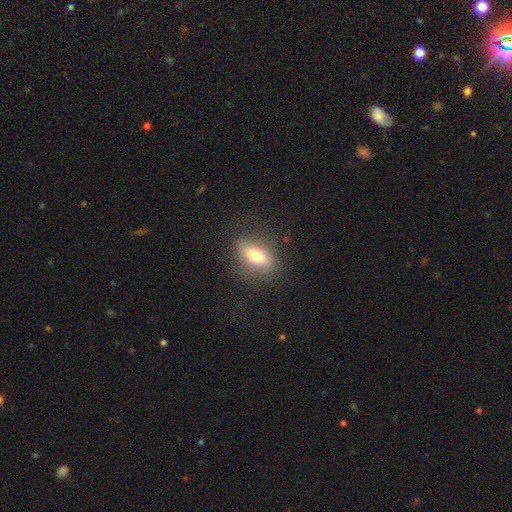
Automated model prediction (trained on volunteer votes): Smooth or featured? Predicted: smooth (p=0.67). How rounded? Predicted: in between (p=0.74). Merging? Predicted: none (p=0.81).